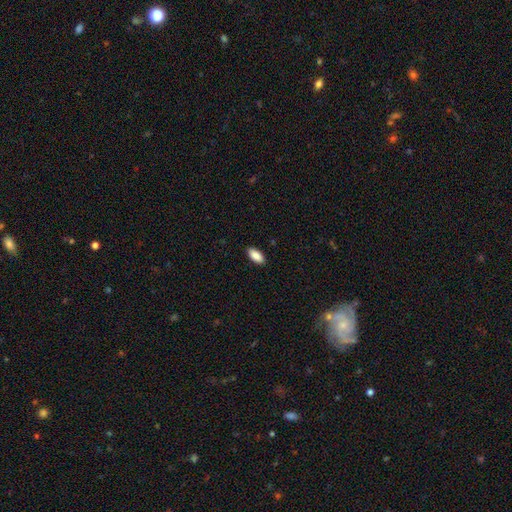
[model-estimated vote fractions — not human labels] Smooth or featured? Predicted: smooth (p=0.89). How rounded? Predicted: in between (p=0.91). Merging? Predicted: none (p=0.90).